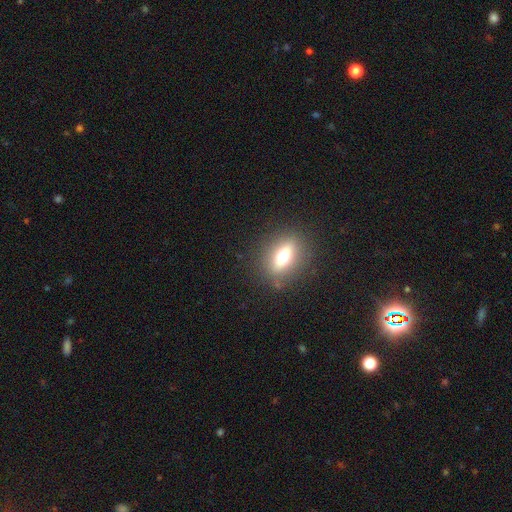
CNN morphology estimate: This appears to be a smooth galaxy with no disk features (46%). Merging: none (88%).